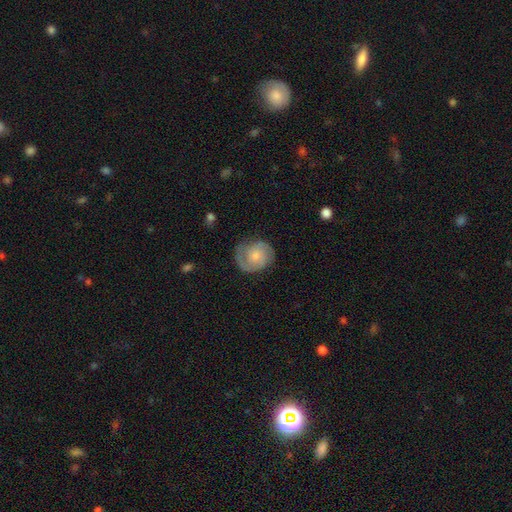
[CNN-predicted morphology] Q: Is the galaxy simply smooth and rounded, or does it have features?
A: featured or disk — 58%.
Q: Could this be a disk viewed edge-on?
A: no — 98%.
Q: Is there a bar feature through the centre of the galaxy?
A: no — 74%.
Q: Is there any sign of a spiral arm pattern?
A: yes — 87%.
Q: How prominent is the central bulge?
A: small — 47%.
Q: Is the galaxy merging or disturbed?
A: none — 67%.